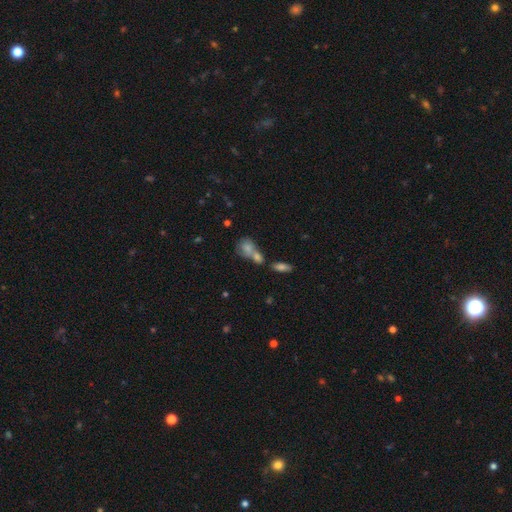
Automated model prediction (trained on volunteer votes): Morphology: type=smooth (56%); roundness=in between (57%); merging=merger (47%).